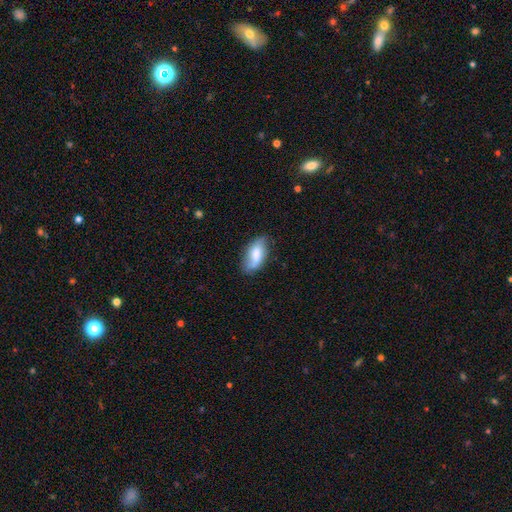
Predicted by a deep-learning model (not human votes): A smooth galaxy with no disk features (68%) that is in between round and cigar-shaped (90%). Merging: none (60%).